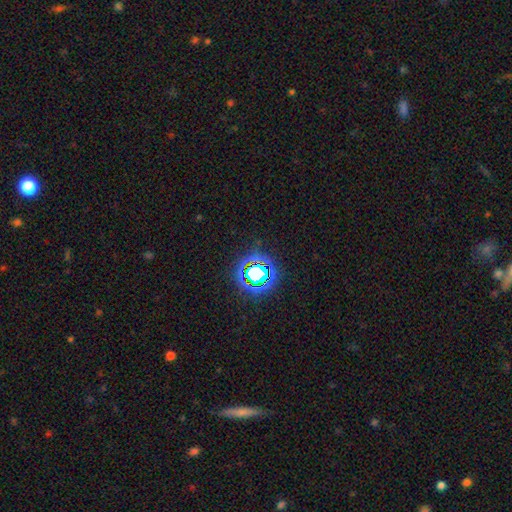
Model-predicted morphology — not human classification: Overall: star or artifact (77%).